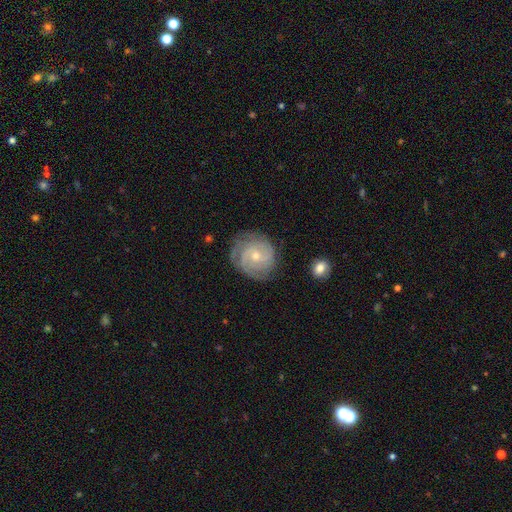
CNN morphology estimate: featured or disk 81%, smooth 13%, star or artifact 6%. Down the decision tree: edge-on disk — no (98%); bar — no (65%); spiral arms — yes (95%); spiral arm count — 3 (28%); spiral winding — tight (65%); bulge size — small (61%); merging — none (74%).